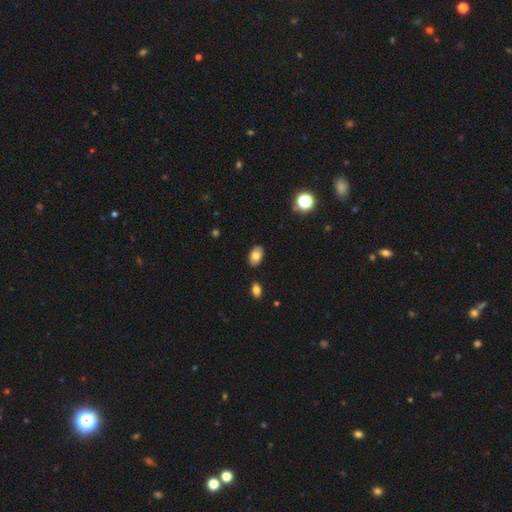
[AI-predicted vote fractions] smooth 79%, featured or disk 13%, star or artifact 8%. Down the decision tree: how rounded — in between (90%); merging — none (86%).